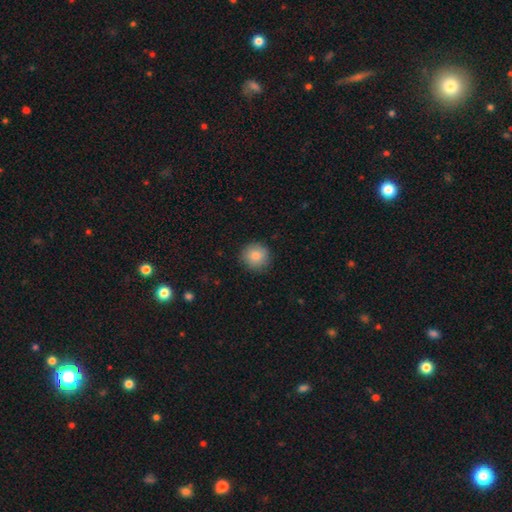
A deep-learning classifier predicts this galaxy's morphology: Overall: smooth (86%). How rounded: round (92%). Merging: none (88%).